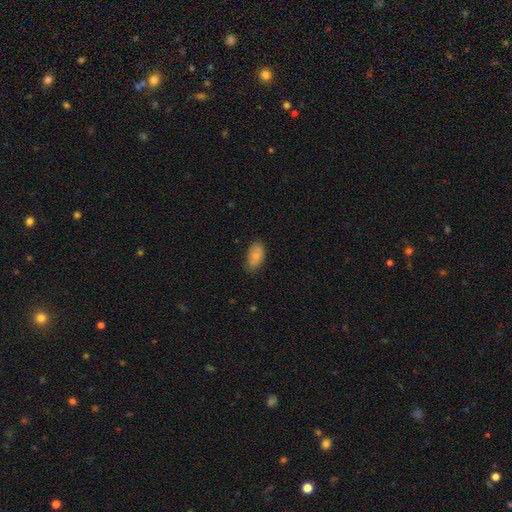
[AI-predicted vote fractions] Morphology: type=smooth (79%); roundness=in between (94%); merging=none (80%).